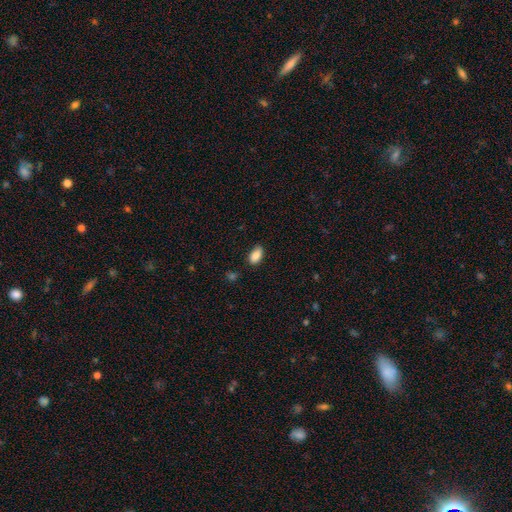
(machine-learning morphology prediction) Q: Smooth or featured?
A: smooth (88%); runner-up: star or artifact (8%)
Q: How rounded?
A: in between (93%); runner-up: round (4%)
Q: Merging?
A: none (80%); runner-up: minor disturbance (15%)